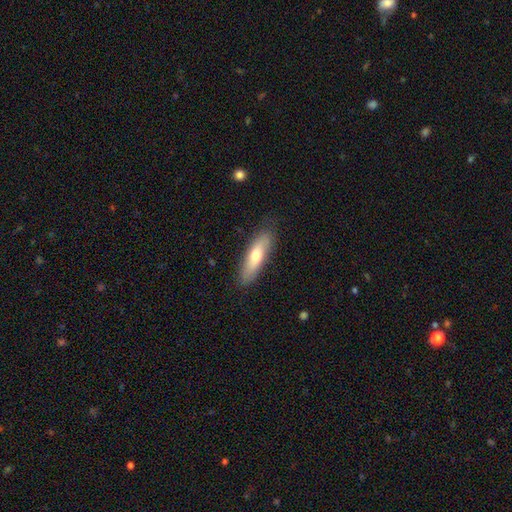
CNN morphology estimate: This appears to be a smooth galaxy with no disk features (66%) that is cigar-shaped (60%). Merging: none (82%).